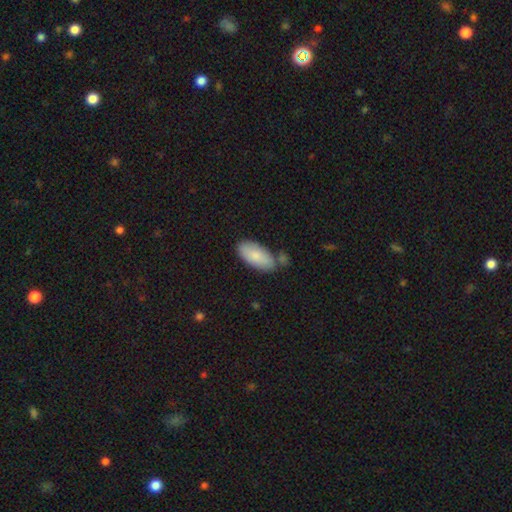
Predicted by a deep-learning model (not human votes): Smooth or featured? smooth (83%)
How rounded? in between (92%)
Merging? none (69%)